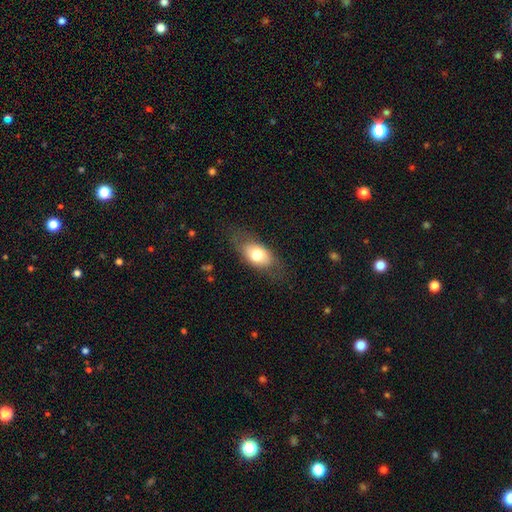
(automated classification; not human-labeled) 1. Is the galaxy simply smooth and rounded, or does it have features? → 69% smooth, 24% featured or disk, 7% star or artifact.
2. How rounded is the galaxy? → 85% in between, 9% round, 6% cigar-shaped.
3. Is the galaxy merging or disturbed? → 72% none, 18% minor disturbance, 9% major disturbance, 1% merger.